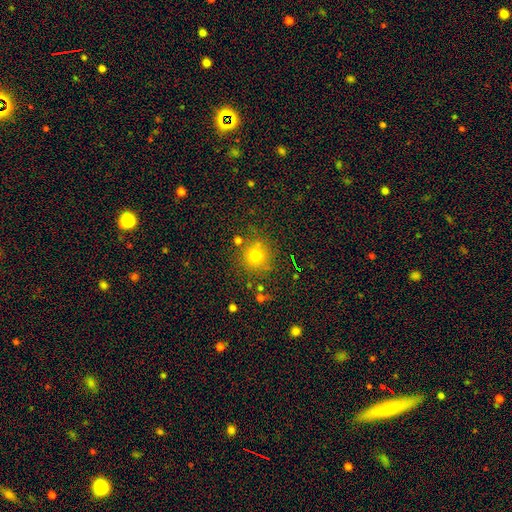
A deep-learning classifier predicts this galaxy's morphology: A smooth galaxy with no disk features (73%) that is round (93%).

Vote fractions:
- Smooth or featured? smooth: 73% / star or artifact: 19% / featured or disk: 9%
- How rounded? round: 93% / in between: 6% / cigar-shaped: 1%
- Merging? none: 81% / minor disturbance: 10% / merger: 6% / major disturbance: 4%